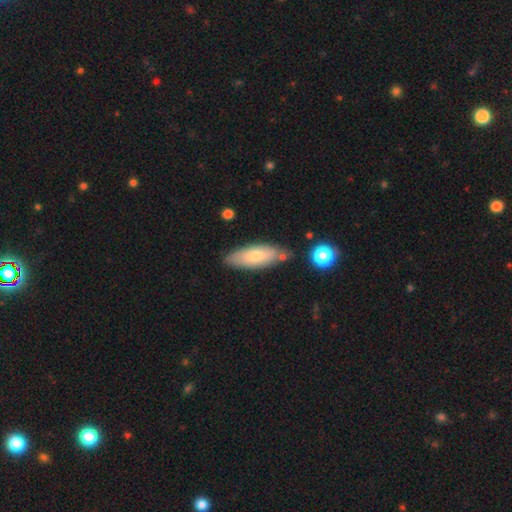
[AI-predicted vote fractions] smooth 71%, featured or disk 23%, star or artifact 6%. Down the decision tree: how rounded — in between (64%); merging — none (75%).